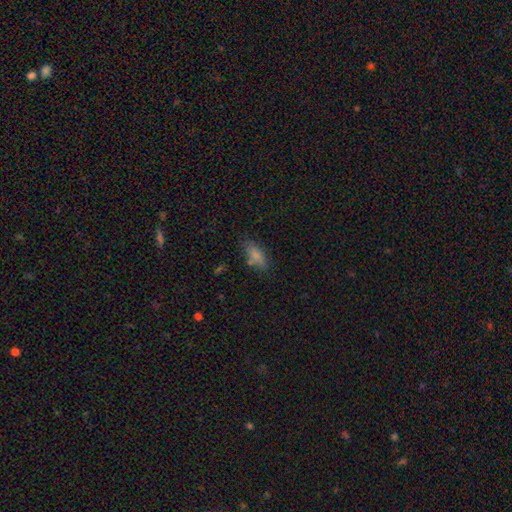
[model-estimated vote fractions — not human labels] This is clearly a smooth galaxy (81%). How rounded: clearly in between (82%). Merging: likely none (72%).